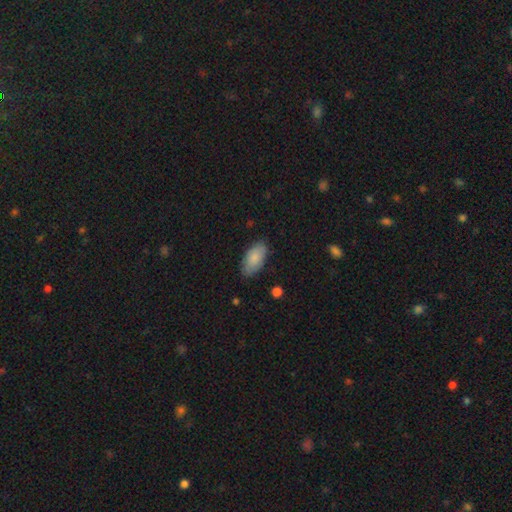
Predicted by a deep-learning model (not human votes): Smooth or featured? Predicted: smooth (p=0.85). How rounded? Predicted: in between (p=0.94). Merging? Predicted: none (p=0.81).